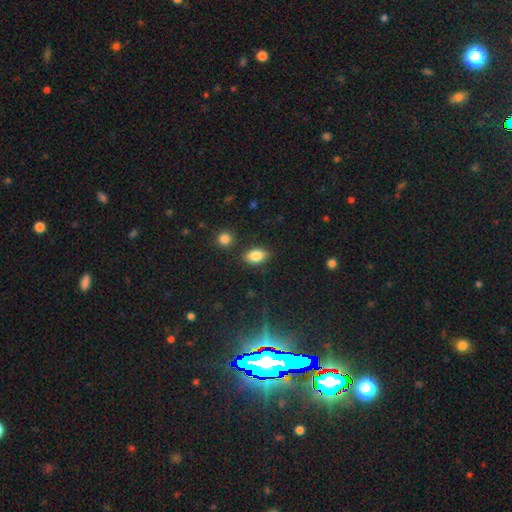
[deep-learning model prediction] Morphology: type=smooth (84%); roundness=in between (89%); merging=none (84%).